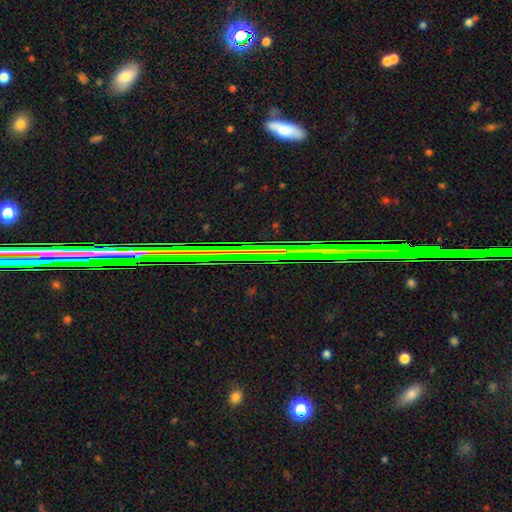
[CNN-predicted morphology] This is likely a star or artifact rather than a galaxy (70%).